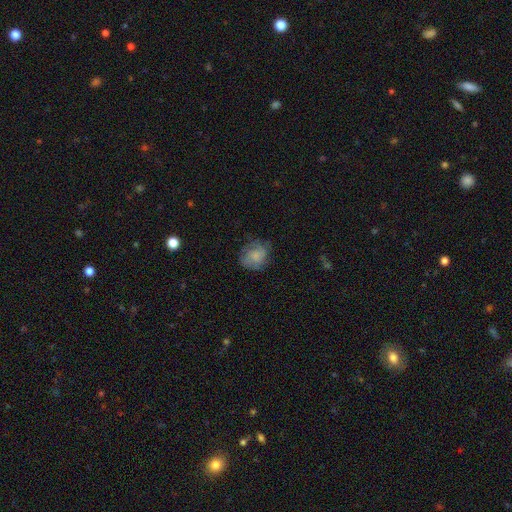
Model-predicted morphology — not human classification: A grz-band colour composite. It shows a smooth galaxy with no disk features (61%) that is round (64%). Merging: none (65%).